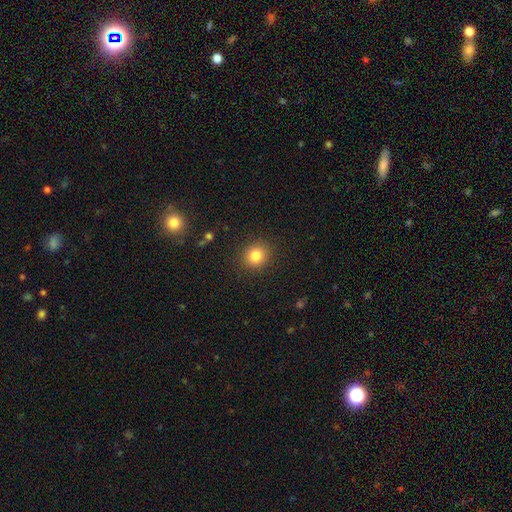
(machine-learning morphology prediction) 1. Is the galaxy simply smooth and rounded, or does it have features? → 82% smooth, 12% star or artifact, 6% featured or disk.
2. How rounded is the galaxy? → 84% round, 15% in between, 1% cigar-shaped.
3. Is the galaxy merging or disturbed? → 90% none, 7% minor disturbance, 3% major disturbance, 1% merger.